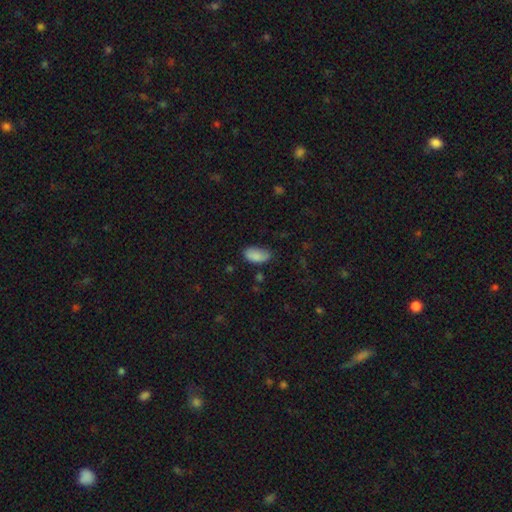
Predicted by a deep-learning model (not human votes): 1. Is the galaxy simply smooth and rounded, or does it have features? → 85% smooth, 8% star or artifact, 7% featured or disk.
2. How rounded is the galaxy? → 94% in between, 3% round, 3% cigar-shaped.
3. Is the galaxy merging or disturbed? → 62% none, 29% minor disturbance, 6% major disturbance, 2% merger.